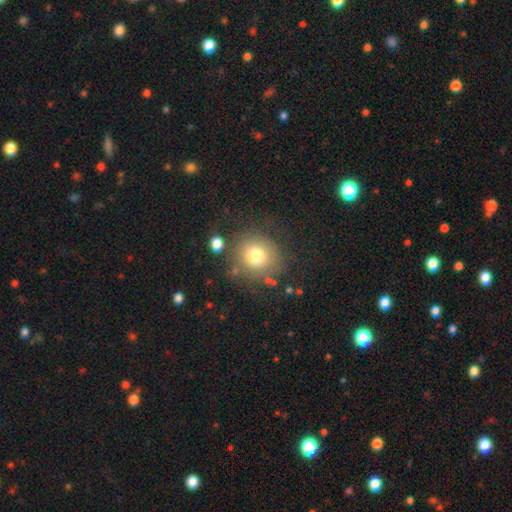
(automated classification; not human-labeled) Smooth or featured? Predicted: smooth (p=0.75). How rounded? Predicted: round (p=0.90). Merging? Predicted: none (p=0.77).